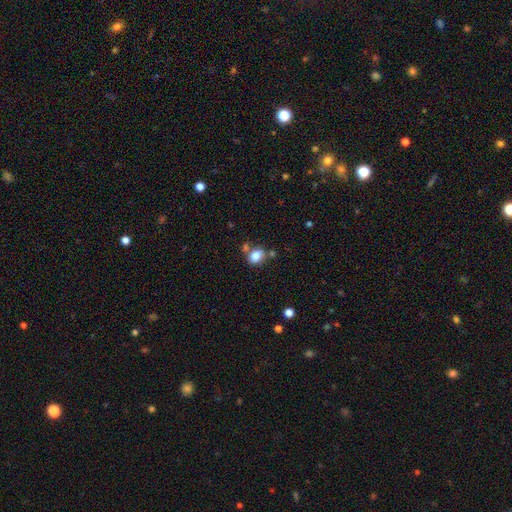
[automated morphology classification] type=smooth (82%); roundness=in between (66%); merging=none (62%).